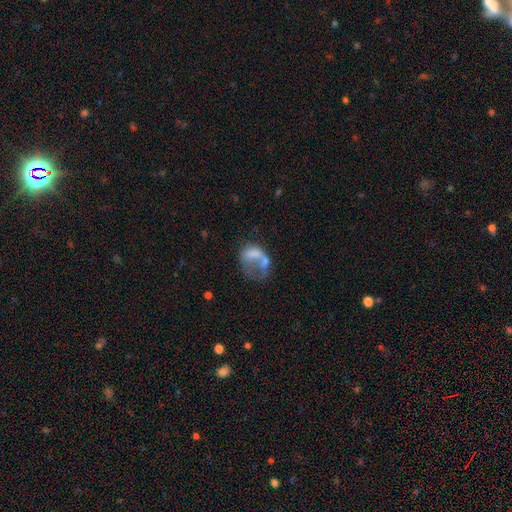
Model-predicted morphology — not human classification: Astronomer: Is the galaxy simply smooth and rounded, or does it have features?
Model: smooth — 49% (runner-up: featured or disk, 40%).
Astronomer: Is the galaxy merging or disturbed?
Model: major disturbance — 44% (runner-up: merger, 23%).